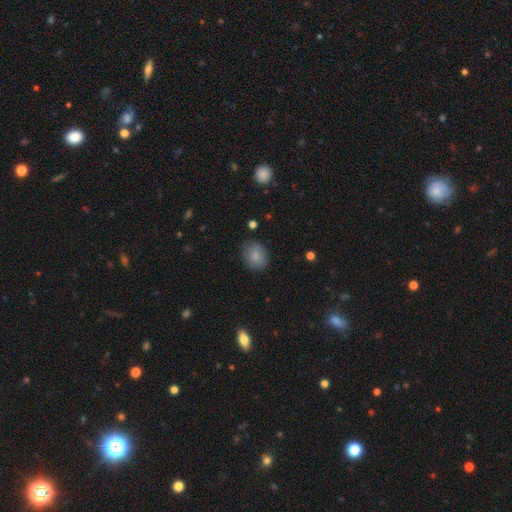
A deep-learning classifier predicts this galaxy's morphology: This is clearly a smooth galaxy (84%). How rounded: possibly round (50%). Merging: clearly none (81%).